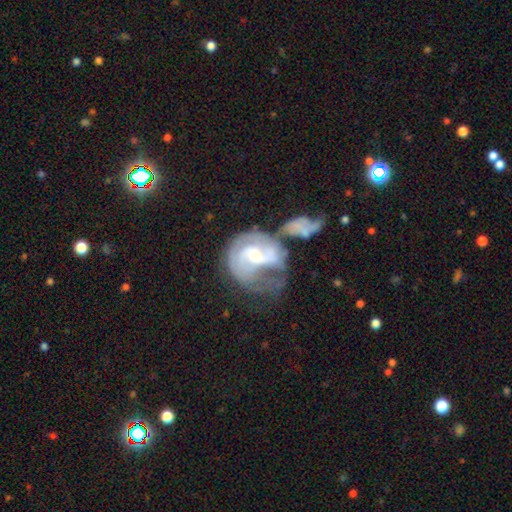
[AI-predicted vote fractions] Smooth or featured?
  - featured or disk: 76% *
  - smooth: 18%
  - star or artifact: 6%
Edge-on disk?
  - no: 97% *
  - yes: 3%
Bar?
  - no: 48% *
  - weak: 40%
  - strong: 12%
Spiral arms?
  - yes: 82% *
  - no: 18%
Spiral winding?
  - tight: 45% *
  - medium: 37%
  - loose: 18%
Spiral arm count?
  - 2: 43% *
  - can't tell: 31%
  - 1: 15%
  - 3: 6%
  - 4: 2%
  - more than 4: 2%
Bulge size?
  - moderate: 53% *
  - small: 39%
  - large: 4%
  - none: 2%
  - dominant: 1%
Merging?
  - merger: 43% *
  - major disturbance: 27%
  - none: 17%
  - minor disturbance: 13%